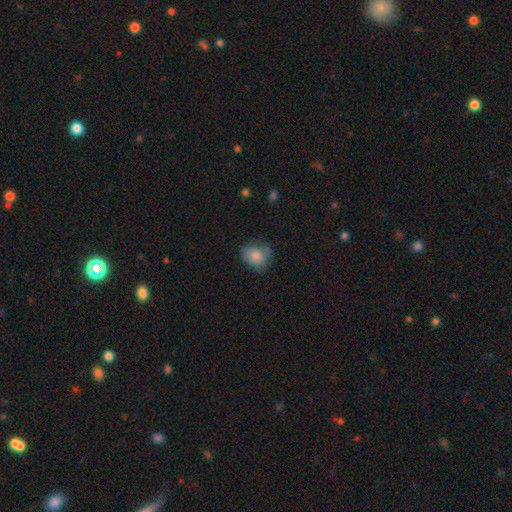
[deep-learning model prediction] Smooth or featured: smooth — 77% (featured or disk — 15%)
How rounded: round — 53% (in between — 46%)
Merging: none — 52% (minor disturbance — 32%)